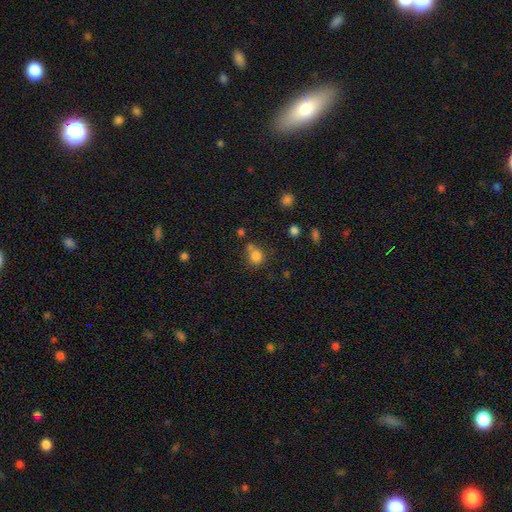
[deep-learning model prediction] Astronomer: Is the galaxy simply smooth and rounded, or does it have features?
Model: smooth — 81%.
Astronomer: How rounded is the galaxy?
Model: round — 79%.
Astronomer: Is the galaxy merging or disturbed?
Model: none — 55%.